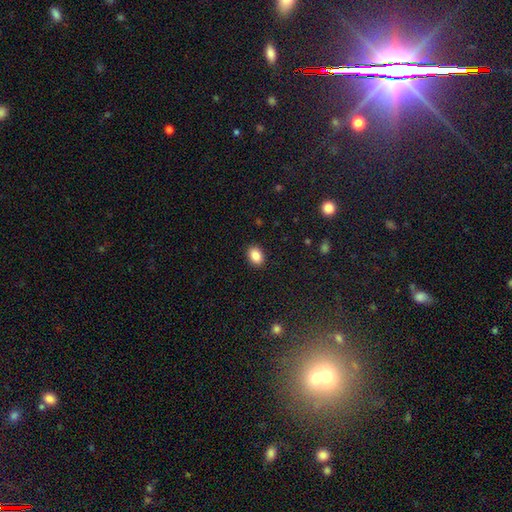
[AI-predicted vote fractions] This appears to be a smooth galaxy with no disk features (88%) that is in between round and cigar-shaped (75%). Merging: none (89%).